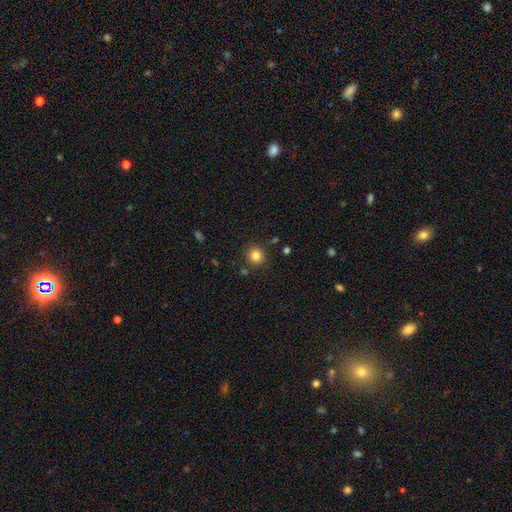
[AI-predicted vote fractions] A smooth galaxy with no disk features (83%) that is round (92%). Merging: none (88%).